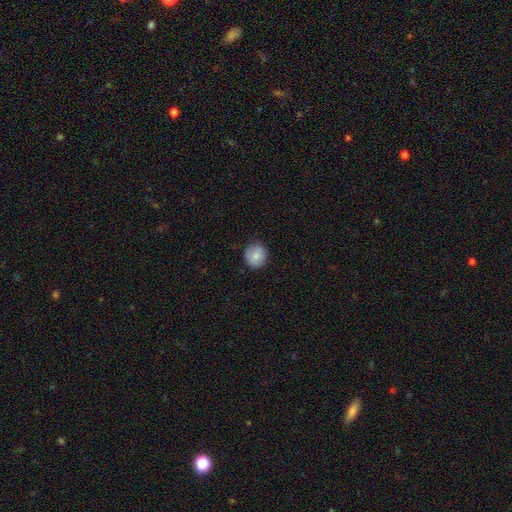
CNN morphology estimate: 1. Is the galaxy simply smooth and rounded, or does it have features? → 82% smooth, 9% featured or disk, 8% star or artifact.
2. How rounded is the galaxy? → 90% round, 9% in between, 1% cigar-shaped.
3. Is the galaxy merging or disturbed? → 85% none, 11% minor disturbance, 2% major disturbance, 1% merger.